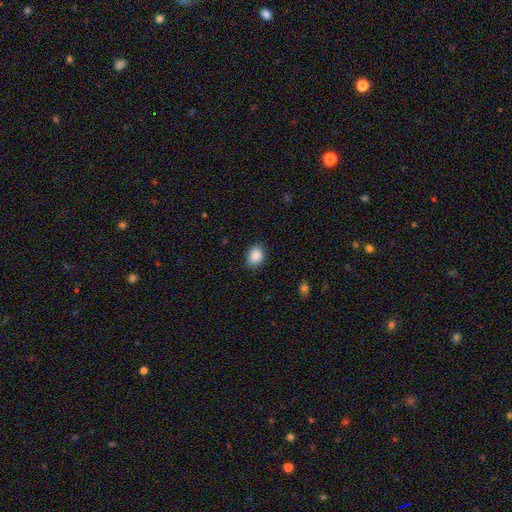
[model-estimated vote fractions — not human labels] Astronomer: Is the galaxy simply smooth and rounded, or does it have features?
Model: smooth — 89%.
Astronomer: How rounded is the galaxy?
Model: in between — 65%.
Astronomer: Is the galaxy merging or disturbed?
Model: none — 86%.